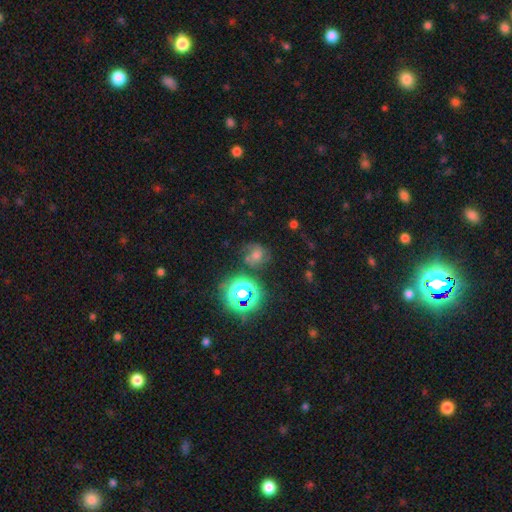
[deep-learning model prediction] smooth-or-featured: star or artifact: 38% | smooth: 37% | featured or disk: 25%